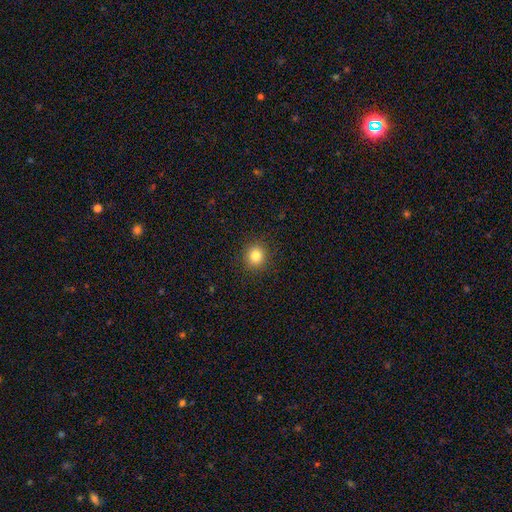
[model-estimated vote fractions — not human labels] smooth-or-featured: smooth: 83% | star or artifact: 11% | featured or disk: 6%
  how-rounded: round: 88% | in between: 11% | cigar-shaped: 1%
  merging: none: 91% | minor disturbance: 6% | major disturbance: 2% | merger: 1%